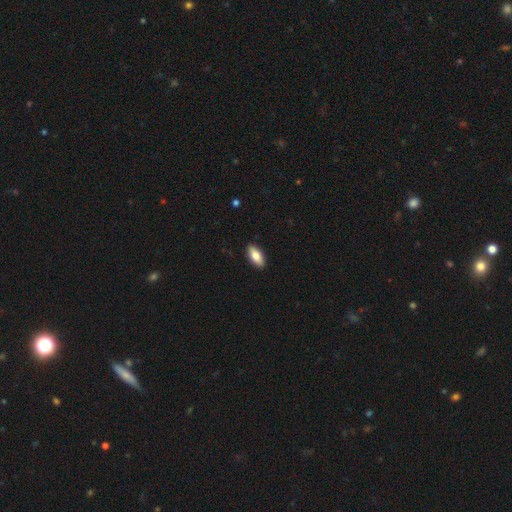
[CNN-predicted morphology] A smooth galaxy with no disk features (82%) that is in between round and cigar-shaped (88%). Merging: none (91%).